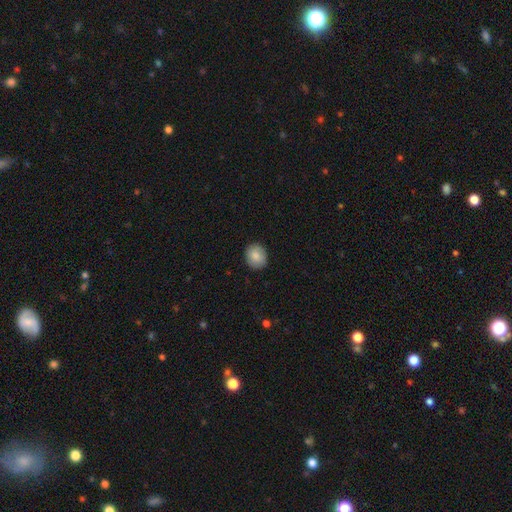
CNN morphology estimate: Q: Smooth or featured?
A: smooth (85%); runner-up: featured or disk (8%)
Q: How rounded?
A: round (70%); runner-up: in between (29%)
Q: Merging?
A: none (89%); runner-up: minor disturbance (9%)